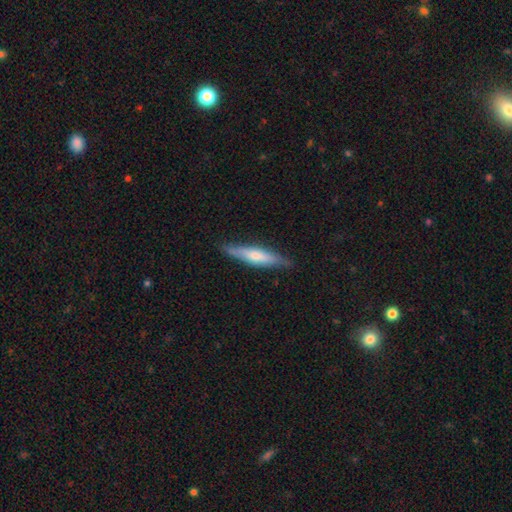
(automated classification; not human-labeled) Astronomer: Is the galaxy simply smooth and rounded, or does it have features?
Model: smooth — 50% (runner-up: featured or disk, 44%).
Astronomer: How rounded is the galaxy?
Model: cigar-shaped — 83%.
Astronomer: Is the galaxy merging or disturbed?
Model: none — 84%.